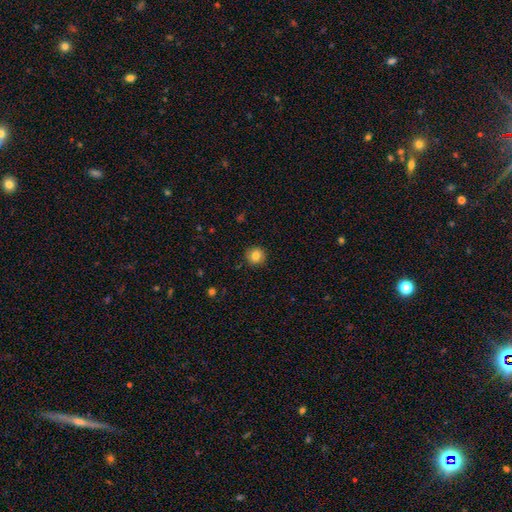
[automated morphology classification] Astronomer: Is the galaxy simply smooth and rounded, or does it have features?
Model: smooth — 83%.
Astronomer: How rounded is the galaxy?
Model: round — 93%.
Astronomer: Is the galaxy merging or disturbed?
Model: none — 91%.